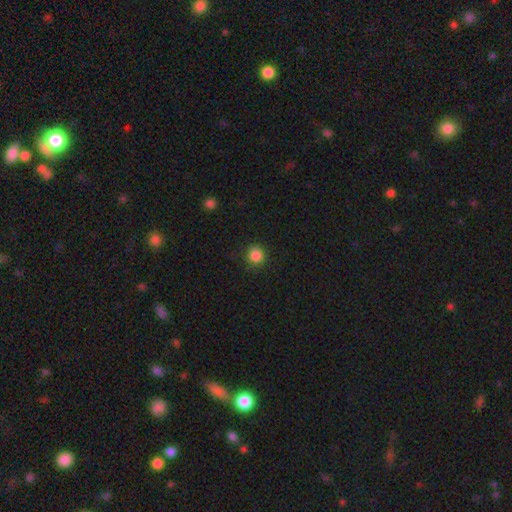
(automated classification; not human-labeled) Q: Smooth or featured?
A: smooth (86%); runner-up: star or artifact (11%)
Q: How rounded?
A: round (91%); runner-up: in between (8%)
Q: Merging?
A: none (86%); runner-up: minor disturbance (10%)